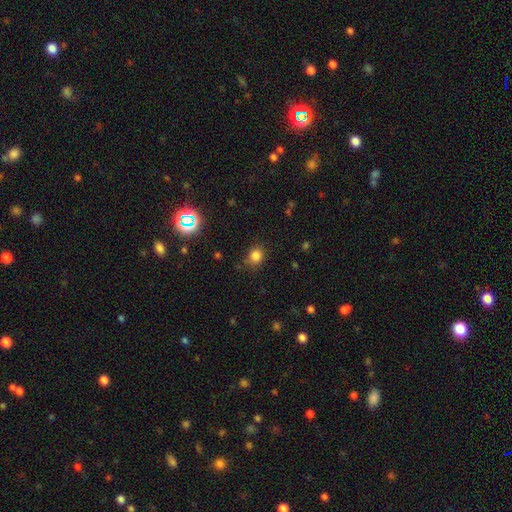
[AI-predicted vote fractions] Q: Smooth or featured?
A: smooth (80%); runner-up: star or artifact (15%)
Q: How rounded?
A: round (68%); runner-up: in between (31%)
Q: Merging?
A: none (78%); runner-up: minor disturbance (16%)